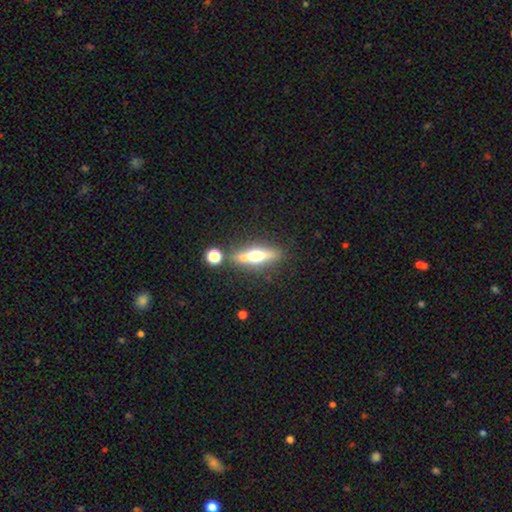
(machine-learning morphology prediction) Smooth or featured: featured or disk — 47% (smooth — 43%)
Merging: none — 63% (merger — 20%)